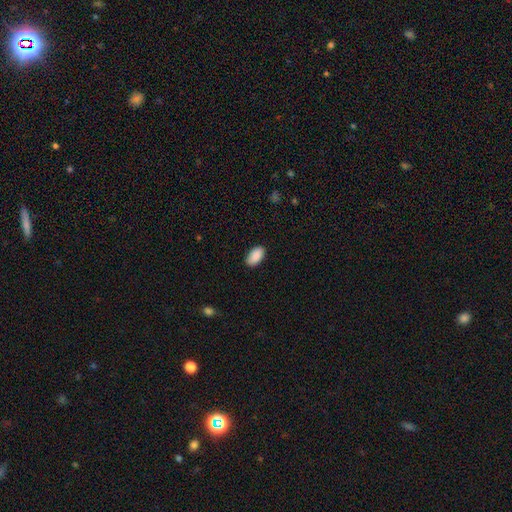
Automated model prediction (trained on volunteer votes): Smooth or featured?
  - smooth: 91% *
  - star or artifact: 6%
  - featured or disk: 3%
How rounded?
  - in between: 95% *
  - round: 3%
  - cigar-shaped: 2%
Merging?
  - none: 87% *
  - minor disturbance: 10%
  - major disturbance: 2%
  - merger: 1%